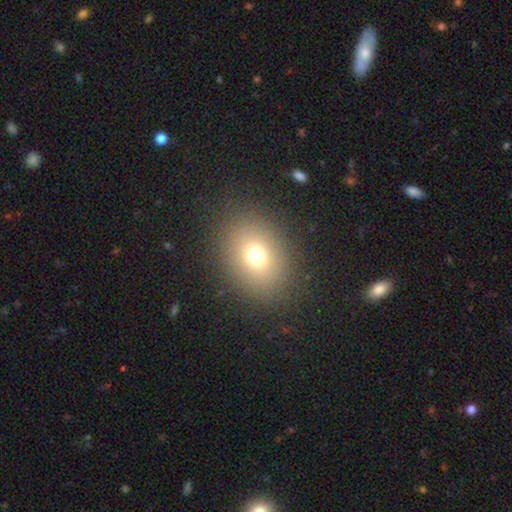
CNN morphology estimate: Overall: smooth (72%). How rounded: in between (57%; round 42%). Merging: none (86%).